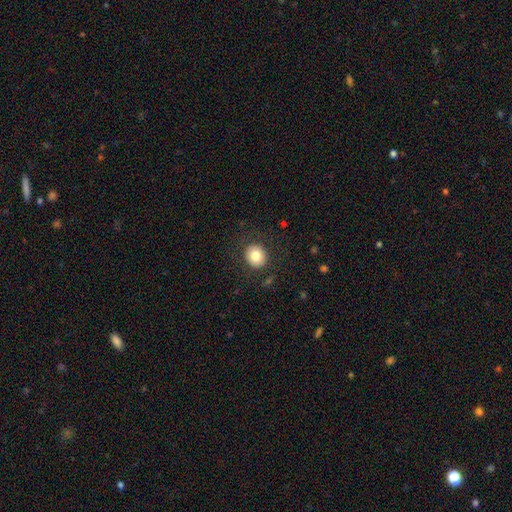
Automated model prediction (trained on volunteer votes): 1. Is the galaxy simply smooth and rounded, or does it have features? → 80% smooth, 11% featured or disk, 9% star or artifact.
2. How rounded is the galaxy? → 81% round, 18% in between, 1% cigar-shaped.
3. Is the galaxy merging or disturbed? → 87% none, 8% minor disturbance, 4% major disturbance, 1% merger.